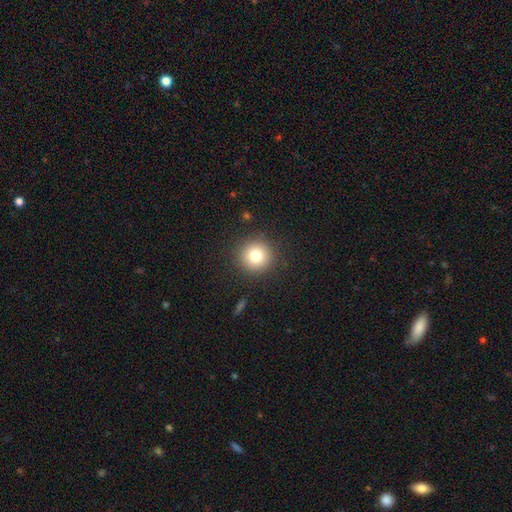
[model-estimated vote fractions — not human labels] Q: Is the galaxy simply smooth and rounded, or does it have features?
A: smooth — 79%.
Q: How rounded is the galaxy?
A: round — 95%.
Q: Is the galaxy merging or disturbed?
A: none — 90%.